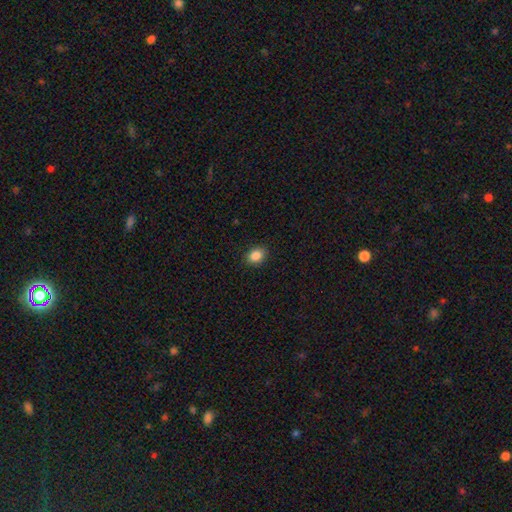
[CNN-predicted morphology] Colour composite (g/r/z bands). It shows a smooth galaxy with no disk features (87%) that is in between round and cigar-shaped (58%). Merging: none (89%).